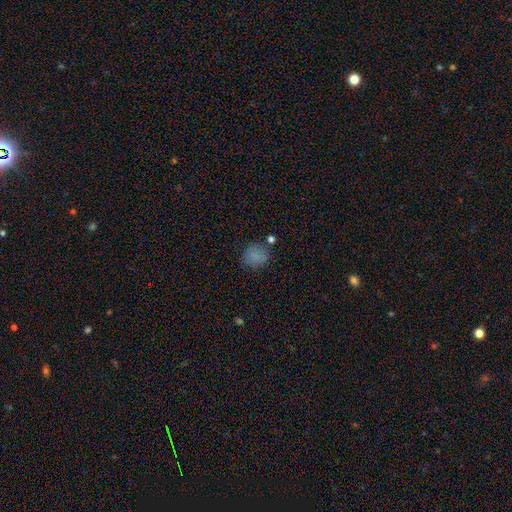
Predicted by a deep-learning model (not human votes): A smooth galaxy with no disk features (77%) that is round (73%). Merging: none (71%).